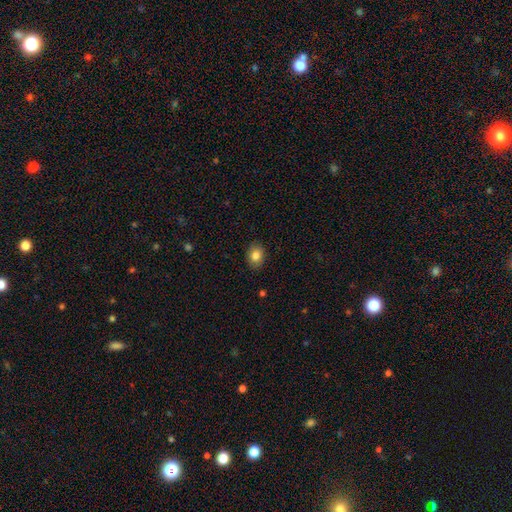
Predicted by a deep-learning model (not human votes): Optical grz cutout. It shows a smooth galaxy with no disk features (83%) that is in between round and cigar-shaped (60%). Merging: none (88%).